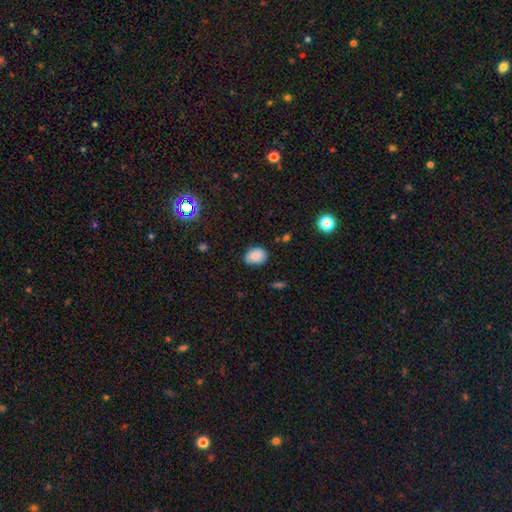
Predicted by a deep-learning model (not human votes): smooth 83%, star or artifact 9%, featured or disk 8%. Down the decision tree: how rounded — in between (61%); merging — none (71%).